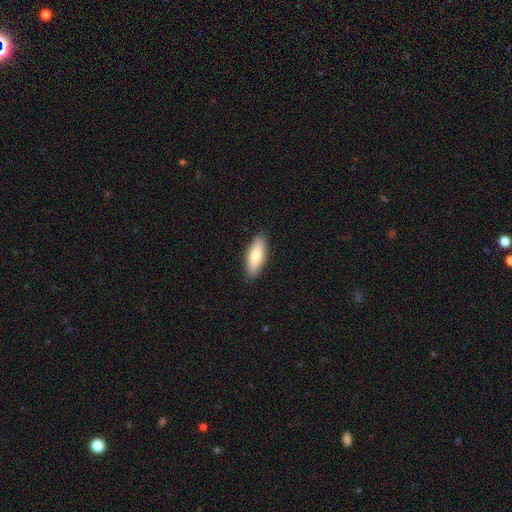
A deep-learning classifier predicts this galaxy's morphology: This is likely a smooth galaxy (77%). How rounded: likely in between (67%). Merging: clearly none (89%).